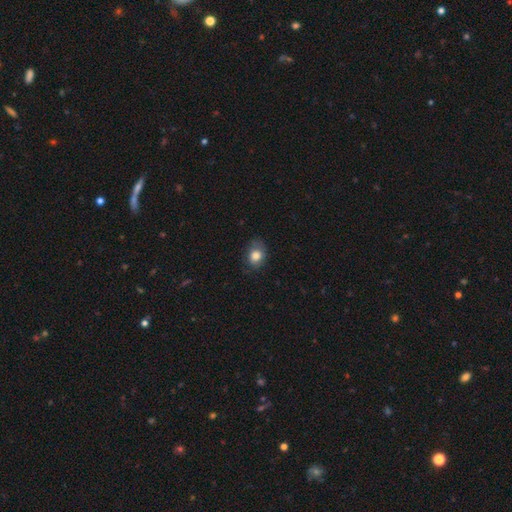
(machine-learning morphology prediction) This appears to be a smooth galaxy with no disk features (79%) that is in between round and cigar-shaped (62%). Merging: none (69%).